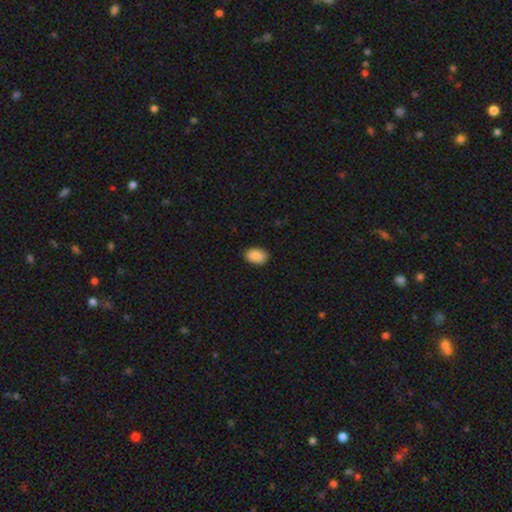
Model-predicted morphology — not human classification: A smooth galaxy with no disk features (89%) that is in between round and cigar-shaped (85%).

Vote fractions:
- Smooth or featured? smooth: 89% / star or artifact: 7% / featured or disk: 4%
- How rounded? in between: 85% / round: 13% / cigar-shaped: 1%
- Merging? none: 89% / minor disturbance: 8% / major disturbance: 2% / merger: 1%